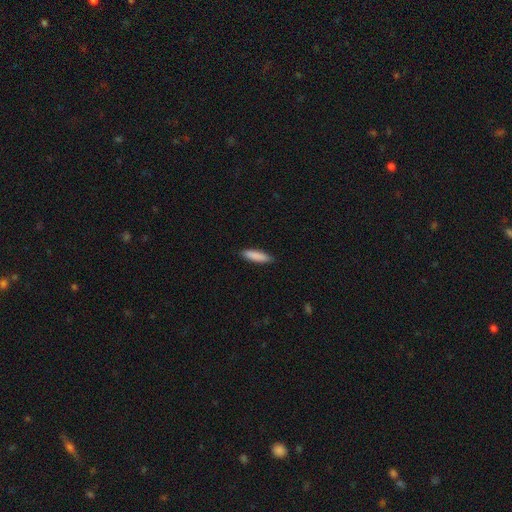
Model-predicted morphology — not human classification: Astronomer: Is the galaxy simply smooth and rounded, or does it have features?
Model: smooth — 88%.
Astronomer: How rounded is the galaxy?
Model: cigar-shaped — 65%.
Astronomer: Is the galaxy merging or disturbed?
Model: none — 87%.